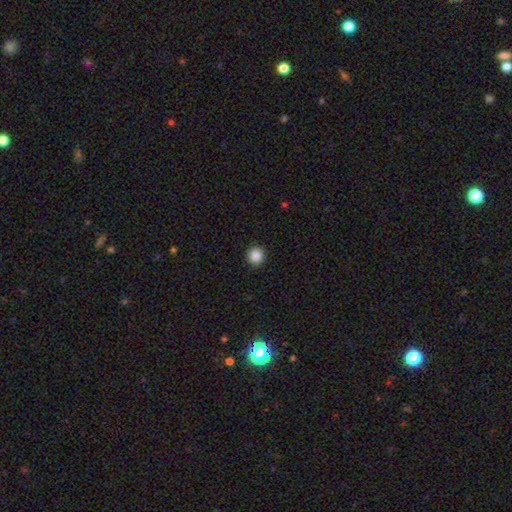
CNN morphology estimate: Smooth or featured?
  - smooth: 88% *
  - star or artifact: 10%
  - featured or disk: 3%
How rounded?
  - round: 94% *
  - in between: 5%
  - cigar-shaped: 1%
Merging?
  - none: 93% *
  - minor disturbance: 5%
  - major disturbance: 2%
  - merger: 1%